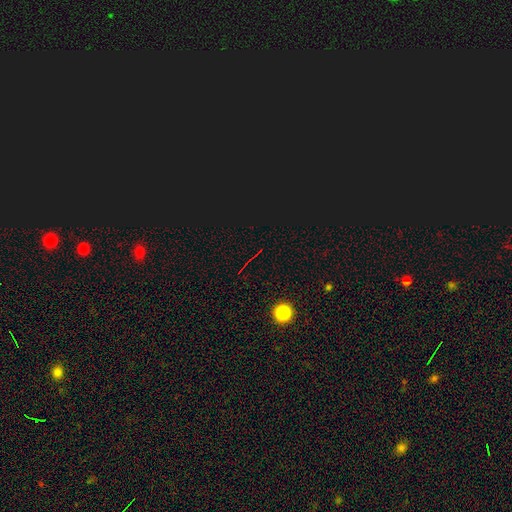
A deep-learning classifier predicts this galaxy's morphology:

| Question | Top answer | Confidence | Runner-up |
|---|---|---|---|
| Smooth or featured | star or artifact | 78% | smooth (13%) |